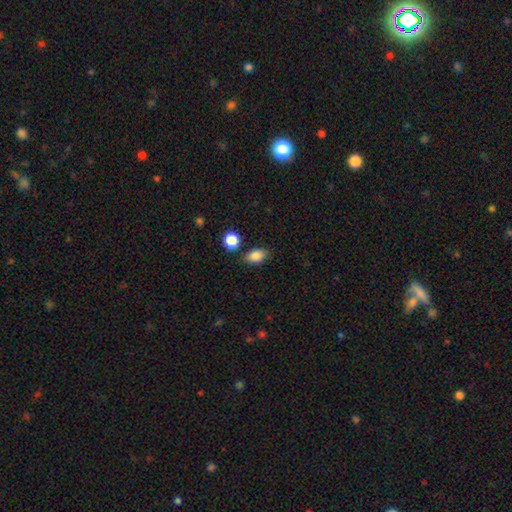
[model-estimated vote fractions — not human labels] A smooth galaxy with no disk features (86%) that is in between round and cigar-shaped (83%). Merging: none (78%).